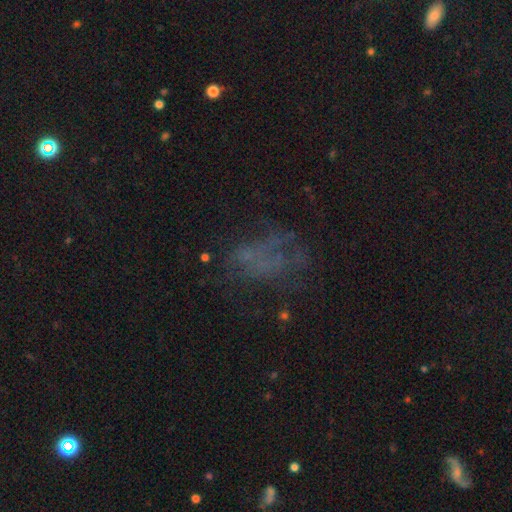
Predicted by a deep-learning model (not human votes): Smooth or featured: featured or disk — 39% (star or artifact — 32%)
Merging: none — 47% (major disturbance — 31%)